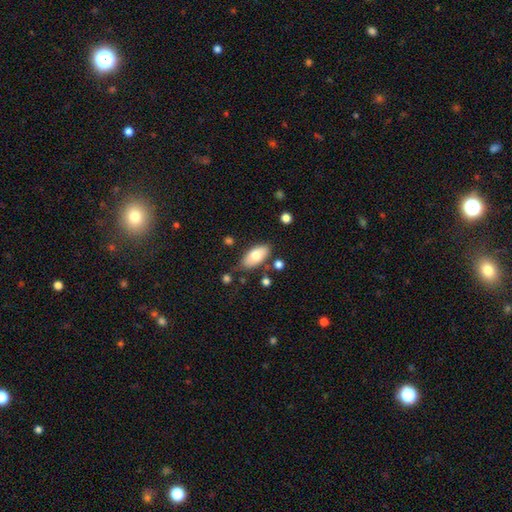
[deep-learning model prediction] Smooth or featured?
  - smooth: 73% *
  - featured or disk: 20%
  - star or artifact: 7%
How rounded?
  - in between: 91% *
  - cigar-shaped: 6%
  - round: 3%
Merging?
  - none: 75% *
  - minor disturbance: 16%
  - merger: 5%
  - major disturbance: 4%